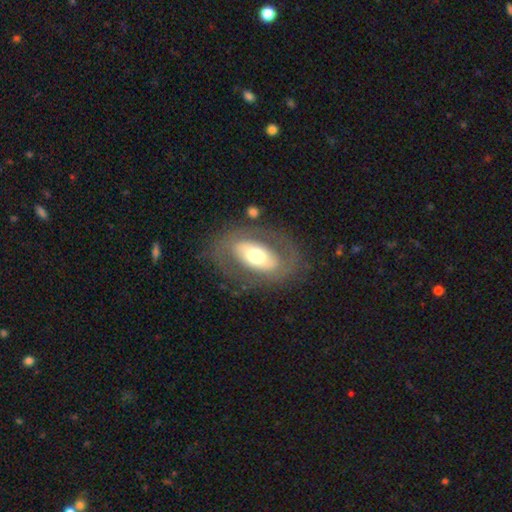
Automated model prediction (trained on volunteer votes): This is possibly a featured or disk galaxy (56%). It is clearly not viewed edge-on (90%). Bar: possibly no (57%). Spiral arm pattern: likely no (73%). Central bulge: possibly moderate (55%). Merging: likely none (76%).